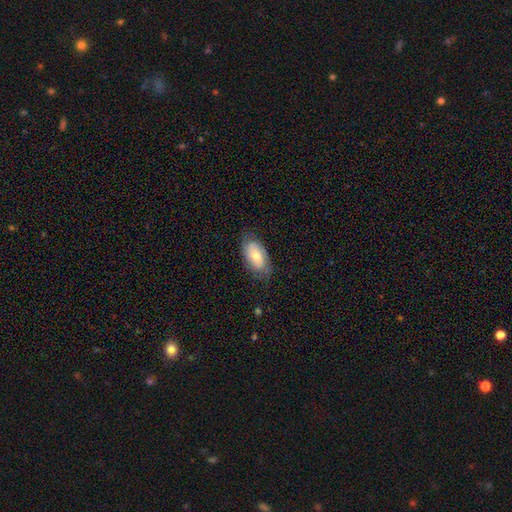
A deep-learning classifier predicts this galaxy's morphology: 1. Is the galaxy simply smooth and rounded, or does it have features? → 57% smooth, 36% featured or disk, 7% star or artifact.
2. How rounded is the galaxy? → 92% in between, 5% round, 3% cigar-shaped.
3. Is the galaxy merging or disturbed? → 75% none, 19% minor disturbance, 5% major disturbance, 1% merger.